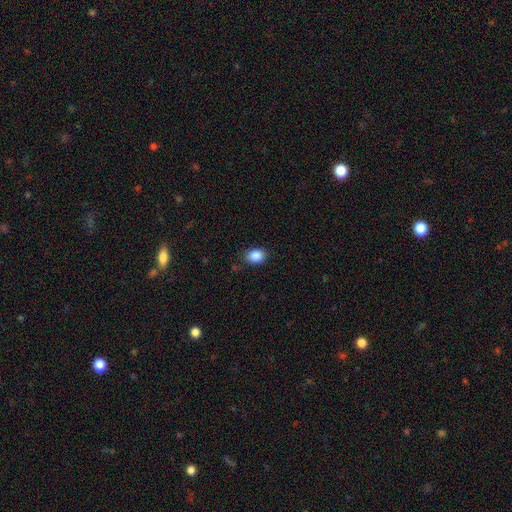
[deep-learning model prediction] This appears to be a smooth galaxy with no disk features (87%) that is in between round and cigar-shaped (64%). Merging: none (83%).